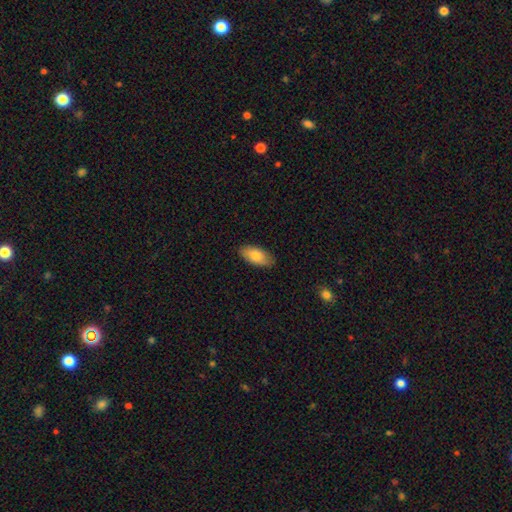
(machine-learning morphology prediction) This is likely a smooth galaxy (80%). How rounded: clearly in between (91%). Merging: clearly none (85%).